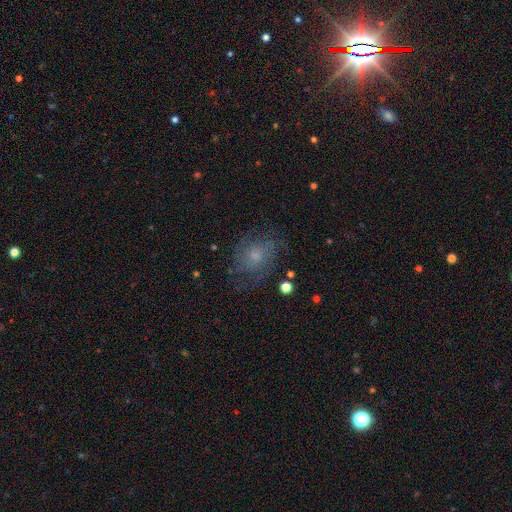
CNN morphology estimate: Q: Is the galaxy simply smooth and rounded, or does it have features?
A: featured or disk — 56%.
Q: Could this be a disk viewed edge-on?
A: no — 97%.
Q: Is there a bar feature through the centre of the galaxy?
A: no — 79%.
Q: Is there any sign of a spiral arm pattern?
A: yes — 81%.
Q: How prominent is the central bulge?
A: small — 49%.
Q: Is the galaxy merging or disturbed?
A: none — 65%.